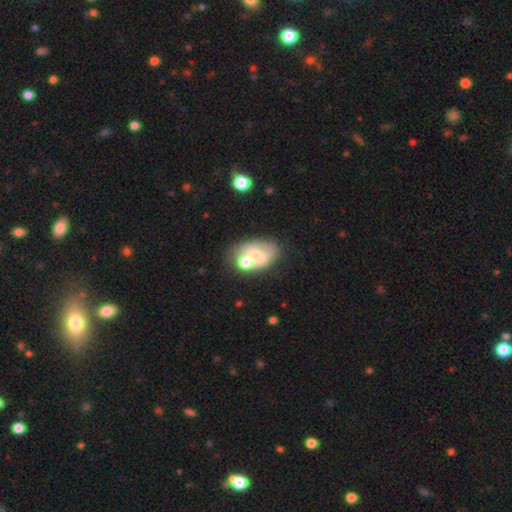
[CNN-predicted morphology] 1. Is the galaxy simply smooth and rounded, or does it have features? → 53% smooth, 38% featured or disk, 9% star or artifact.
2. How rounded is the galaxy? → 82% in between, 17% round, 1% cigar-shaped.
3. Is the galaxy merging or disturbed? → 37% none, 35% merger, 18% minor disturbance, 10% major disturbance.